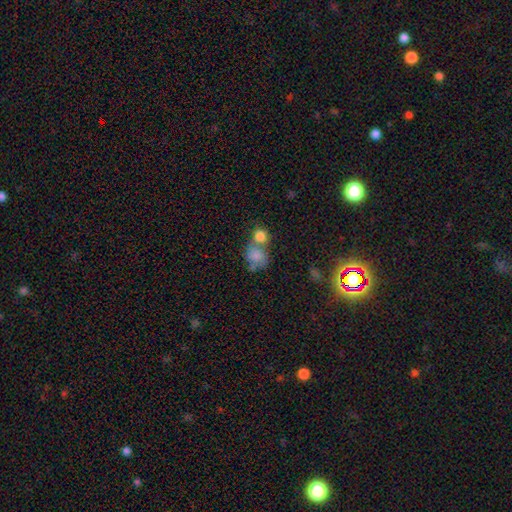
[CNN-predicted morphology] type=smooth (78%); roundness=round (68%); merging=merger (52%).